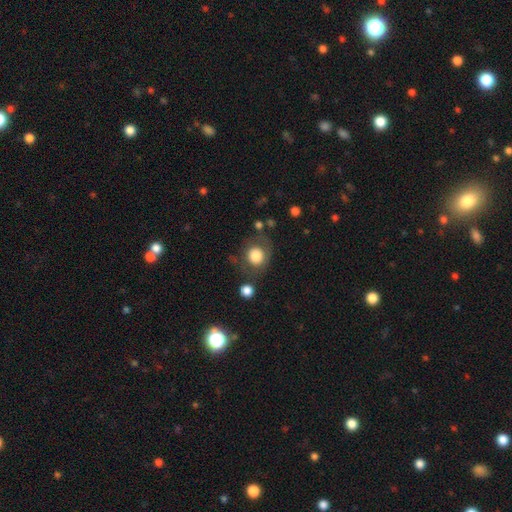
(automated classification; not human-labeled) Q: Smooth or featured?
A: smooth (78%); runner-up: featured or disk (13%)
Q: How rounded?
A: round (81%); runner-up: in between (18%)
Q: Merging?
A: none (64%); runner-up: minor disturbance (19%)